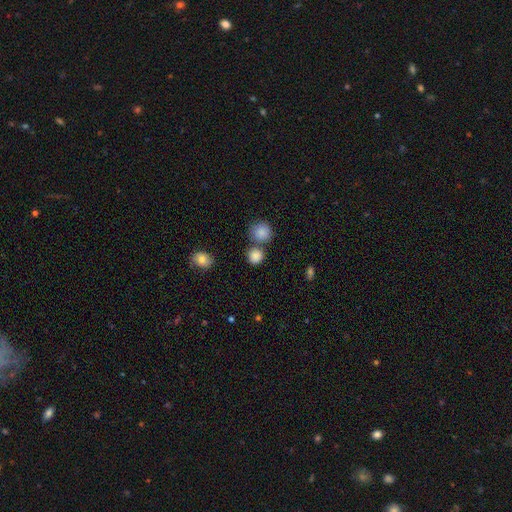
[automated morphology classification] Smooth or featured?
  - smooth: 85% *
  - star or artifact: 10%
  - featured or disk: 5%
How rounded?
  - round: 87% *
  - in between: 12%
  - cigar-shaped: 1%
Merging?
  - none: 64% *
  - merger: 23%
  - minor disturbance: 9%
  - major disturbance: 3%